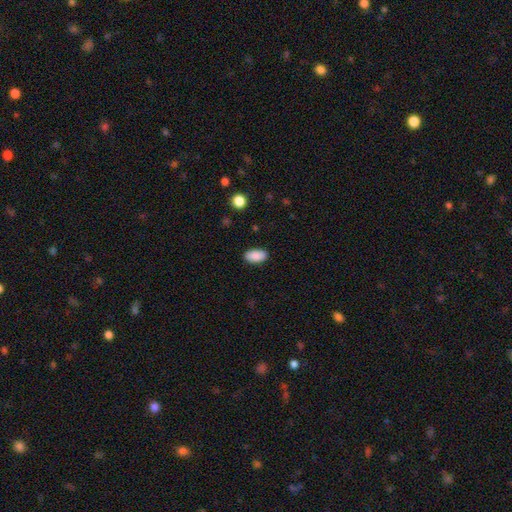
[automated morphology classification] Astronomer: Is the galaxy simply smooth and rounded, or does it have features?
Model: smooth — 90%.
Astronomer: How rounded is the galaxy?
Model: in between — 94%.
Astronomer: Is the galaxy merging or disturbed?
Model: none — 88%.